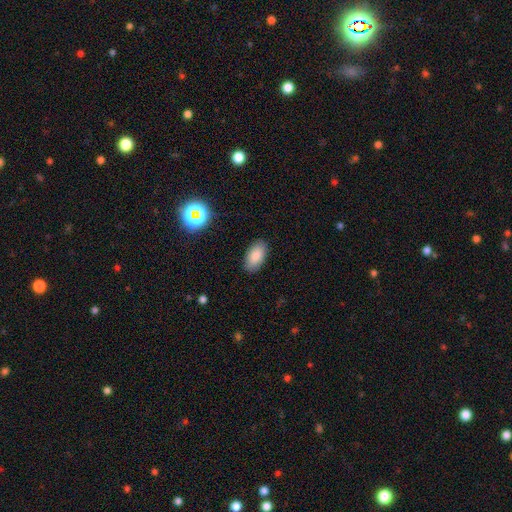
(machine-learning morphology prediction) Smooth or featured?
  - smooth: 85% *
  - star or artifact: 9%
  - featured or disk: 6%
How rounded?
  - in between: 94% *
  - round: 4%
  - cigar-shaped: 3%
Merging?
  - none: 88% *
  - minor disturbance: 9%
  - major disturbance: 2%
  - merger: 1%